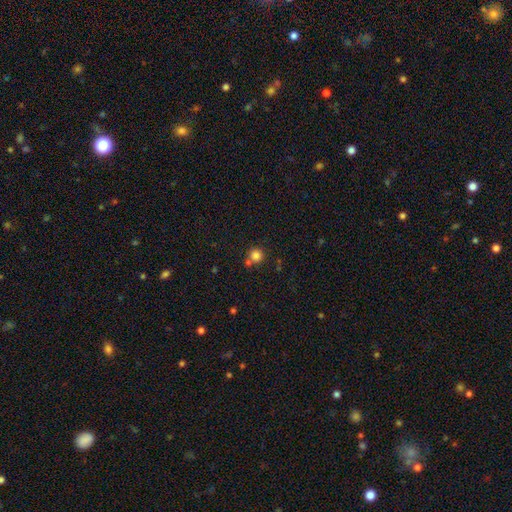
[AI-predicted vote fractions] Smooth or featured? Predicted: smooth (p=0.83). How rounded? Predicted: round (p=0.93). Merging? Predicted: none (p=0.68).